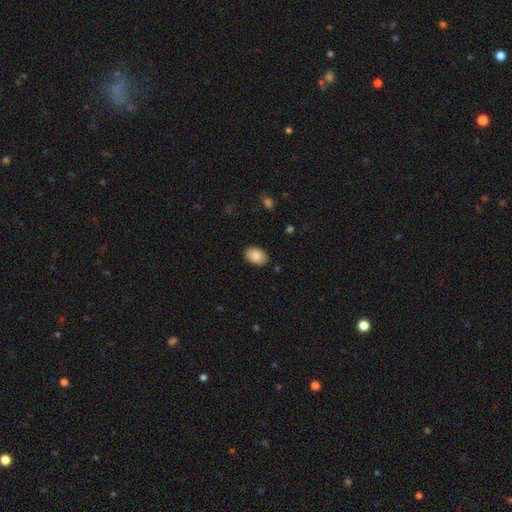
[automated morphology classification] type=smooth (87%); roundness=in between (88%); merging=none (87%).